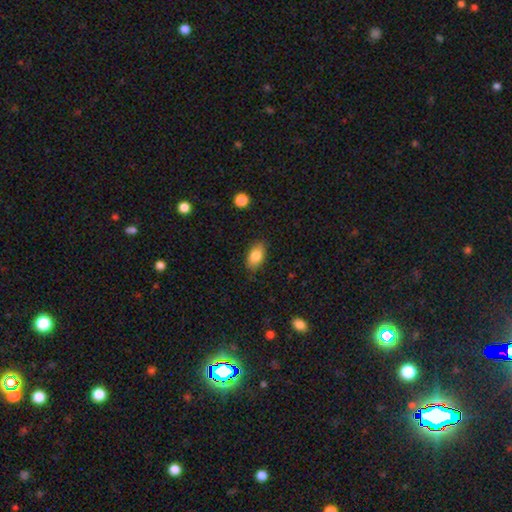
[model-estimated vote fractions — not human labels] A smooth galaxy with no disk features (83%) that is in between round and cigar-shaped (90%). Merging: none (83%).